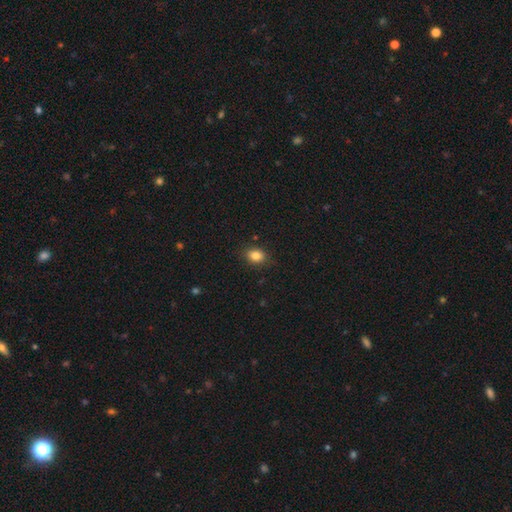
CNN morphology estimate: Smooth or featured: smooth — 84% (star or artifact — 10%)
How rounded: in between — 64% (round — 35%)
Merging: none — 85% (minor disturbance — 11%)